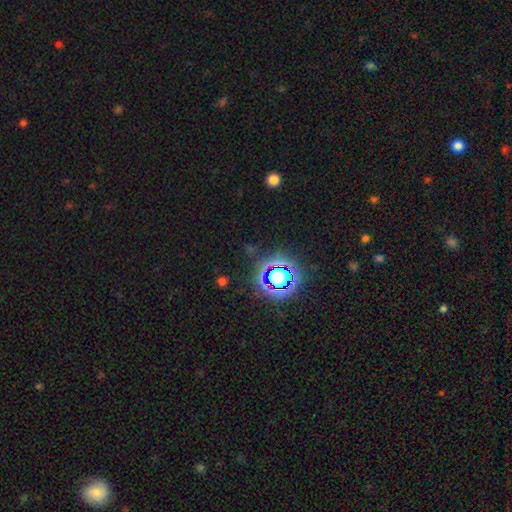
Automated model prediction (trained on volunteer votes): Smooth or featured: star or artifact — 78% (smooth — 14%)